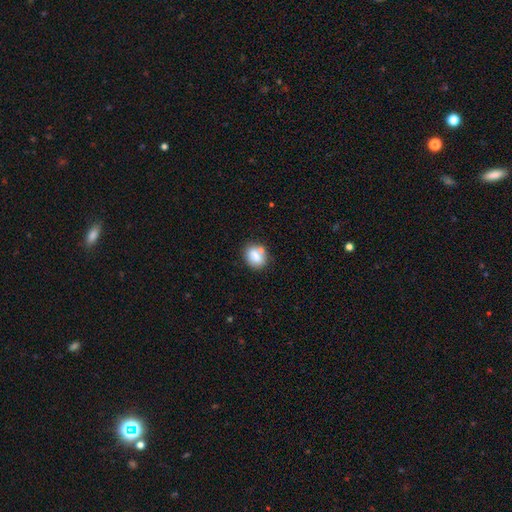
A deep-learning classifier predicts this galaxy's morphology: Smooth or featured? smooth (79%)
How rounded? in between (55%)
Merging? none (63%)